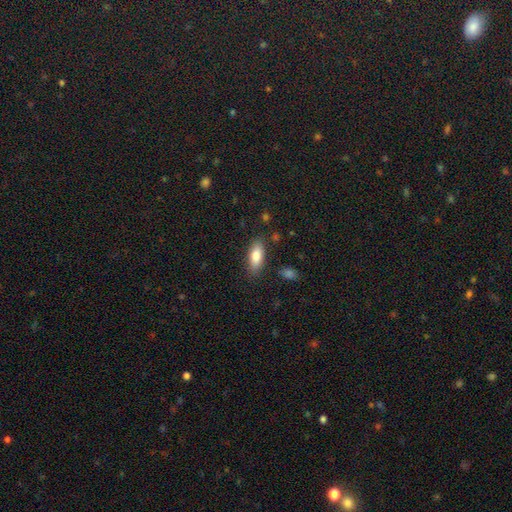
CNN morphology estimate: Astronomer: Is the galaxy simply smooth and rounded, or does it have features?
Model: smooth — 81%.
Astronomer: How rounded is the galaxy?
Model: in between — 82%.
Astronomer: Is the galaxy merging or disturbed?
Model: none — 83%.